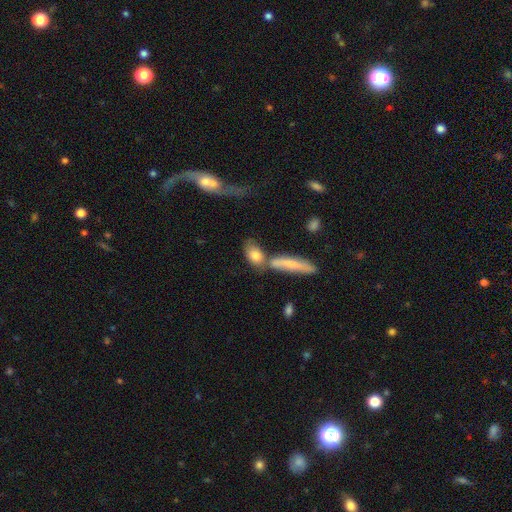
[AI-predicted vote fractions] This is likely a smooth galaxy (75%). How rounded: likely in between (74%). Merging: marginally none (45%).